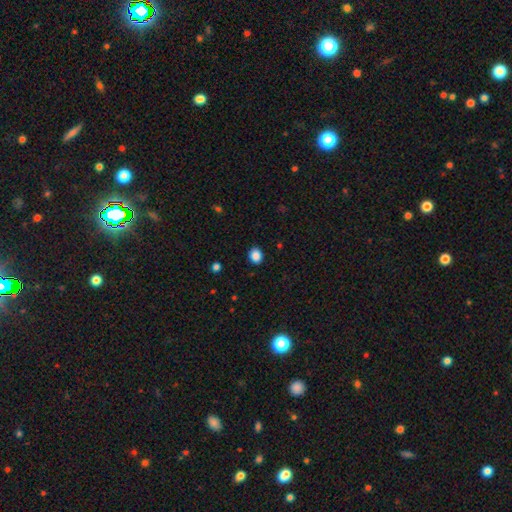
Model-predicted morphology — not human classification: type=smooth (87%); roundness=round (55%); merging=none (90%).